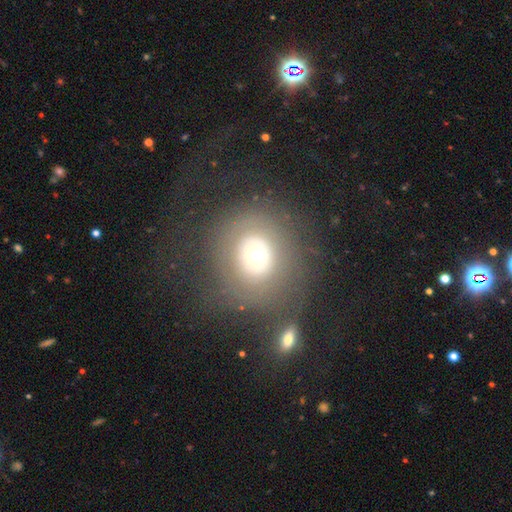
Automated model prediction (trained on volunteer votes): Morphology: type=smooth (50%); merging=none (69%).